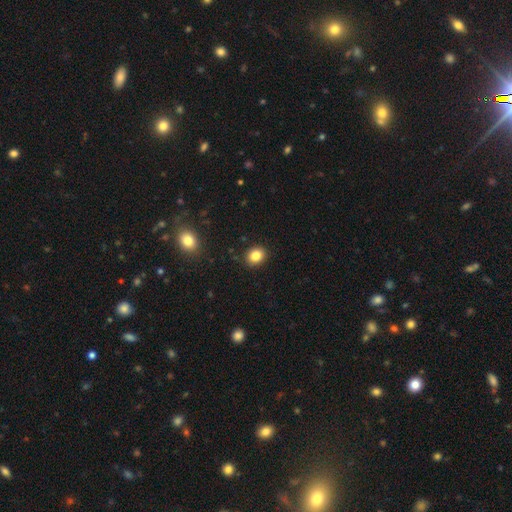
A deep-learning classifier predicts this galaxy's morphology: Q: Smooth or featured?
A: smooth (84%); runner-up: star or artifact (10%)
Q: How rounded?
A: round (61%); runner-up: in between (38%)
Q: Merging?
A: none (90%); runner-up: minor disturbance (7%)